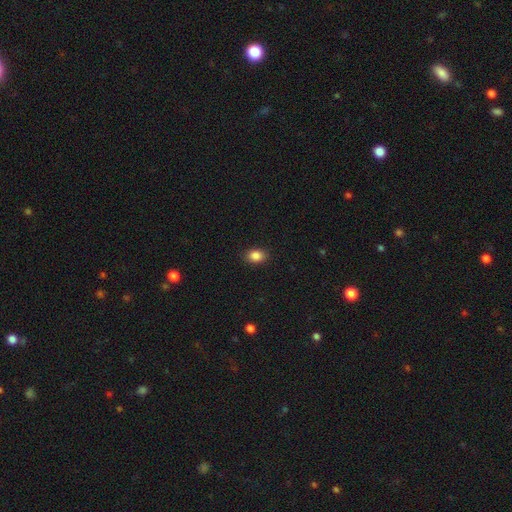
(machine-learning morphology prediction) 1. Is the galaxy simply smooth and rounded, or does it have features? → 86% smooth, 9% star or artifact, 5% featured or disk.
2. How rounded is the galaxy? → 74% in between, 25% round, 1% cigar-shaped.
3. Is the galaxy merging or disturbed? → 88% none, 8% minor disturbance, 2% major disturbance, 1% merger.